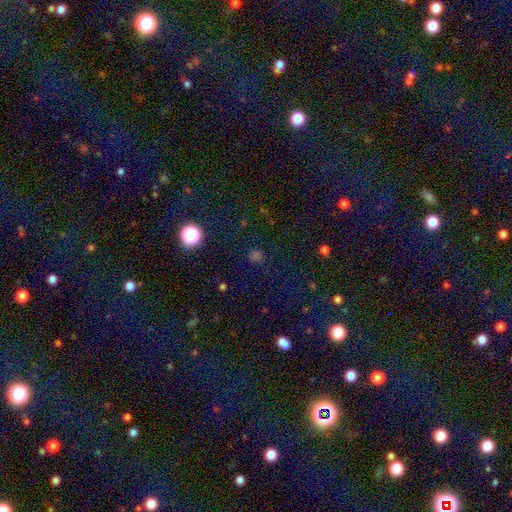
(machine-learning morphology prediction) This is possibly a star or artifact rather than a galaxy (53%).